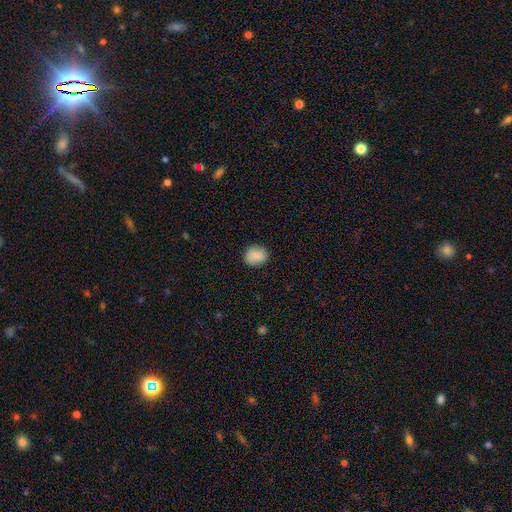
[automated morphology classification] type=smooth (85%); roundness=round (75%); merging=none (86%).